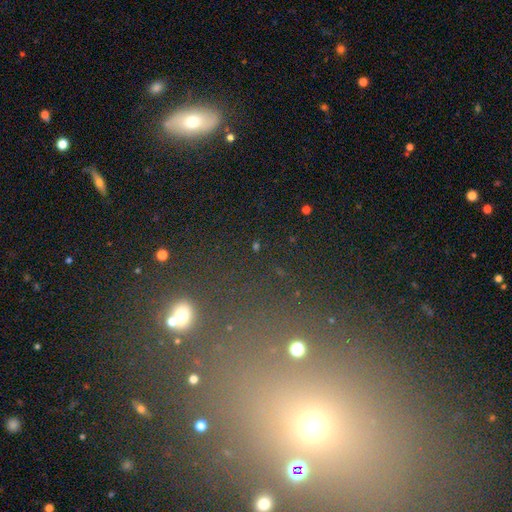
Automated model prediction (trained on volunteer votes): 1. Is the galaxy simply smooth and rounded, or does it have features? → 45% star or artifact, 42% smooth, 13% featured or disk.